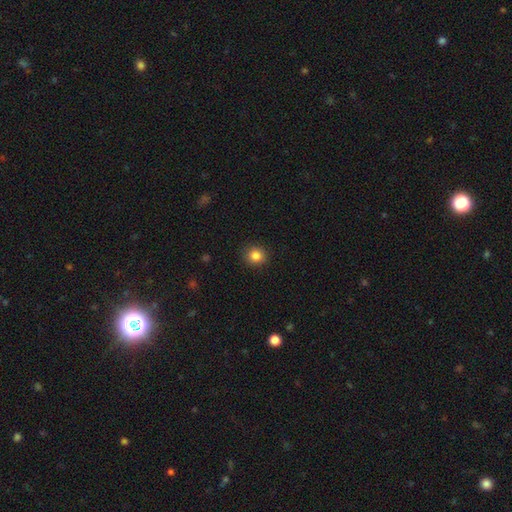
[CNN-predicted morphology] This appears to be a smooth galaxy with no disk features (84%) that is round (83%). Merging: none (90%).